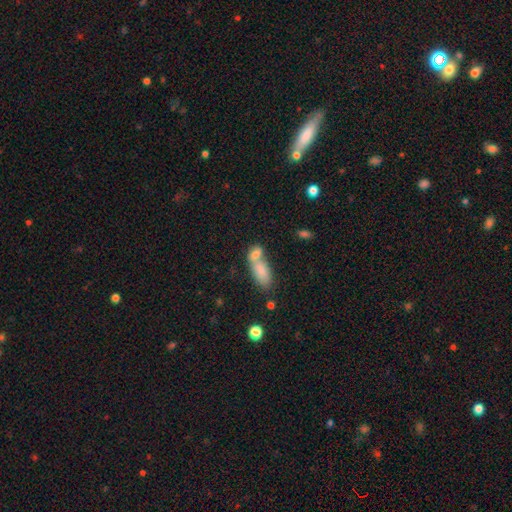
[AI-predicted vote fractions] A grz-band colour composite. It shows a smooth galaxy with no disk features (77%) that is in between round and cigar-shaped (79%). Merging: merger (54%).